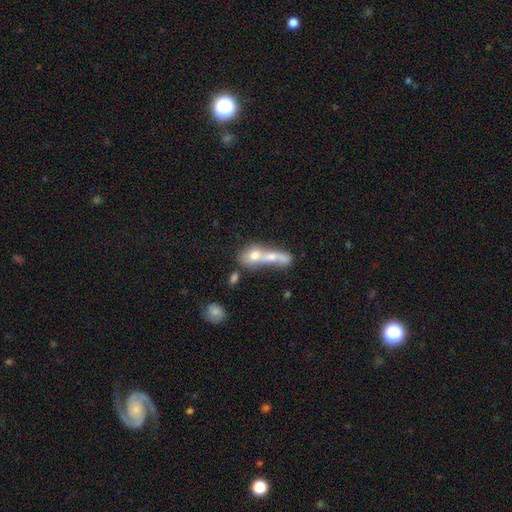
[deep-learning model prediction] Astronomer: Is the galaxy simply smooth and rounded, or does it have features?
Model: smooth — 61%.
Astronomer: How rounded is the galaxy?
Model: in between — 49% (runner-up: round, 28%).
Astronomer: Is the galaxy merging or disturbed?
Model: merger — 73%.